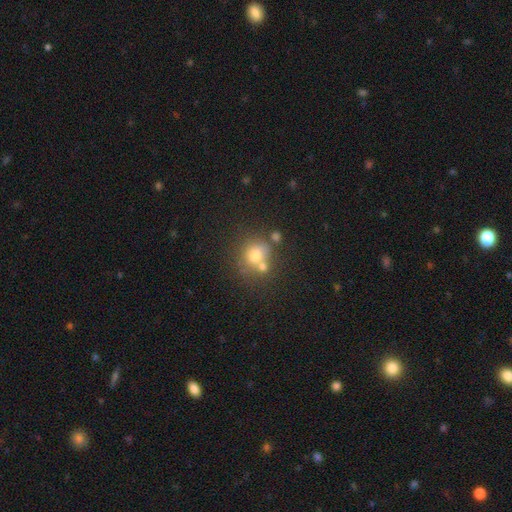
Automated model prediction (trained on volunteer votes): smooth-or-featured: smooth: 69% | star or artifact: 16% | featured or disk: 15%
  how-rounded: round: 82% | in between: 18% | cigar-shaped: 1%
  merging: none: 54% | merger: 30% | minor disturbance: 11% | major disturbance: 5%